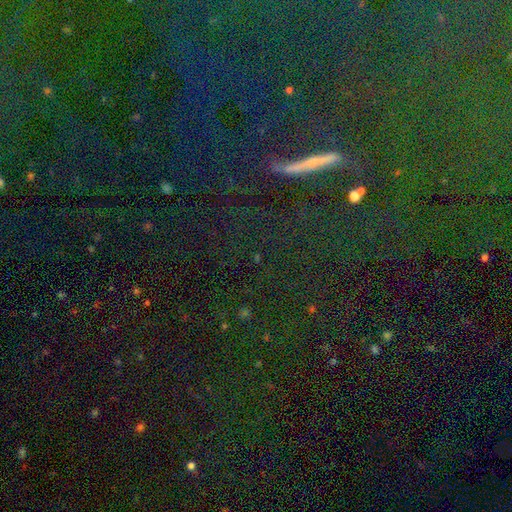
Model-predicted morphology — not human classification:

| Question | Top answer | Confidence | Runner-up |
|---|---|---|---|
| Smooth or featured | star or artifact | 78% | smooth (11%) |